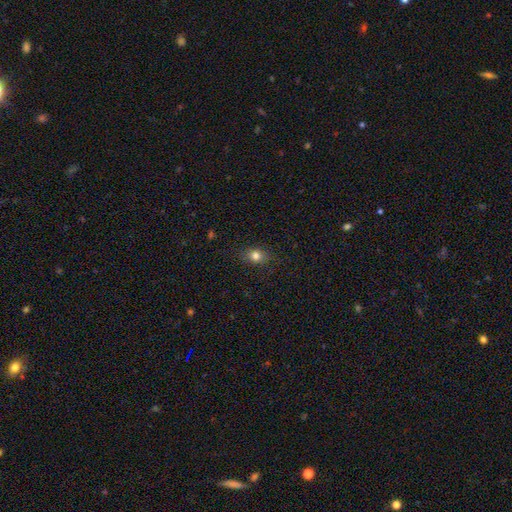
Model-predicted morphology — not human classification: This appears to be a smooth galaxy with no disk features (81%) that is in between round and cigar-shaped (49%, tied with round). Merging: none (86%).